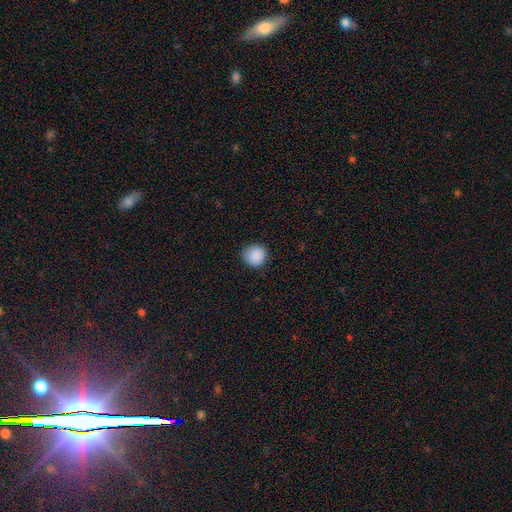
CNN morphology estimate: Smooth or featured? Predicted: smooth (p=0.89). How rounded? Predicted: round (p=0.90). Merging? Predicted: none (p=0.85).